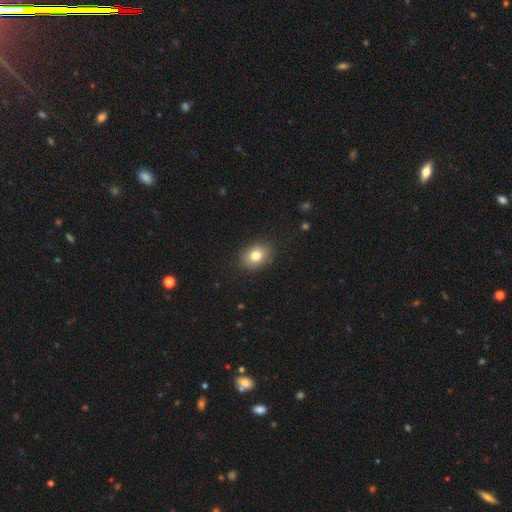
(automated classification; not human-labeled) A smooth galaxy with no disk features (80%) that is in between round and cigar-shaped (70%). Merging: none (87%).